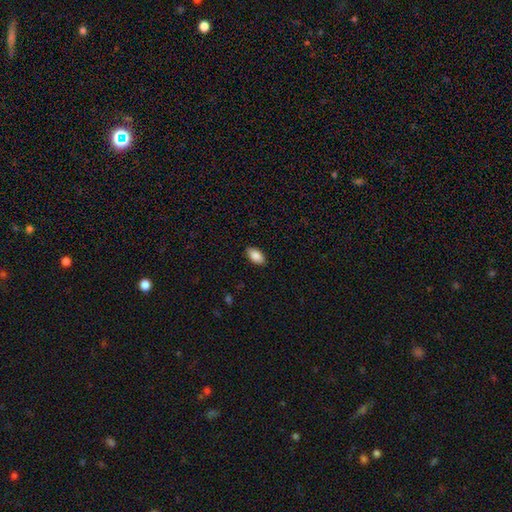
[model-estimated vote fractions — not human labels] Morphology: type=smooth (88%); roundness=in between (94%); merging=none (88%).